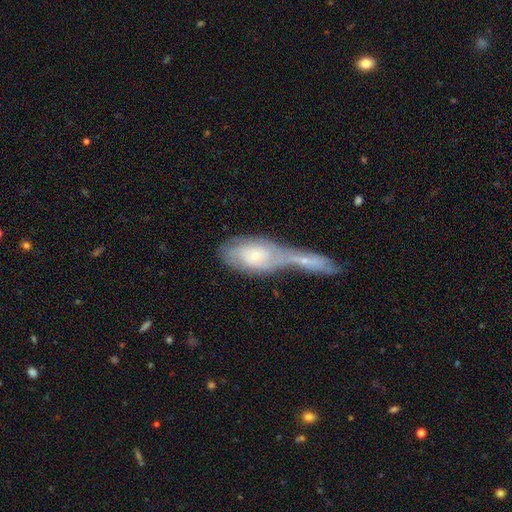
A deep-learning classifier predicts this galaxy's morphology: Overall: featured or disk (58%; smooth 36%). Edge-on disk: no (90%). Bar: no (75%). Spiral arms: yes (75%). Bulge size: small (67%; moderate 27%). Merging: merger (65%).